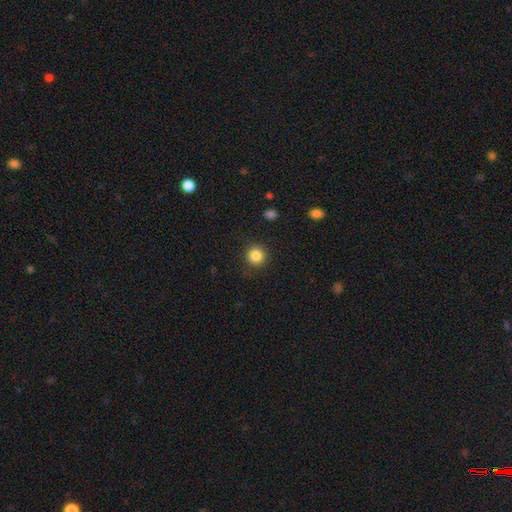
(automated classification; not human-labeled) A smooth galaxy with no disk features (85%) that is round (94%). Merging: none (89%).